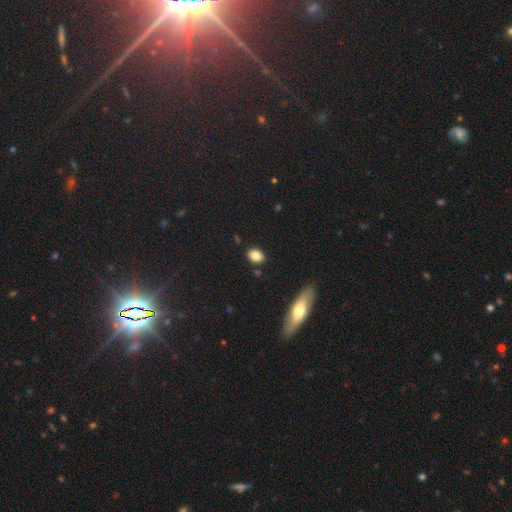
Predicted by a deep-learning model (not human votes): The model was most divided on "how rounded": in between: 71%, round: 27%, cigar-shaped: 2%. More confident: merging — none (86%); smooth or featured — smooth (84%).